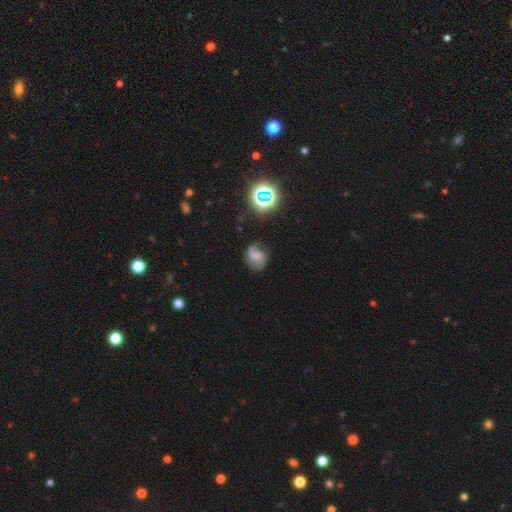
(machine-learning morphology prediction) Smooth or featured?
  - featured or disk: 64% *
  - smooth: 22%
  - star or artifact: 14%
Edge-on disk?
  - no: 98% *
  - yes: 2%
Bar?
  - no: 47% *
  - weak: 44%
  - strong: 10%
Spiral arms?
  - yes: 92% *
  - no: 8%
Spiral winding?
  - medium: 42% * (tied)
  - loose: 42% * (tied)
  - tight: 16%
Spiral arm count?
  - 2: 69% *
  - 1: 20%
  - can't tell: 8%
  - 3: 2%
  - 4: 1%
  - more than 4: 1%
Bulge size?
  - small: 40% *
  - moderate: 32%
  - none: 21%
  - large: 5%
  - dominant: 2%
Merging?
  - none: 61% *
  - minor disturbance: 23%
  - major disturbance: 14%
  - merger: 3%